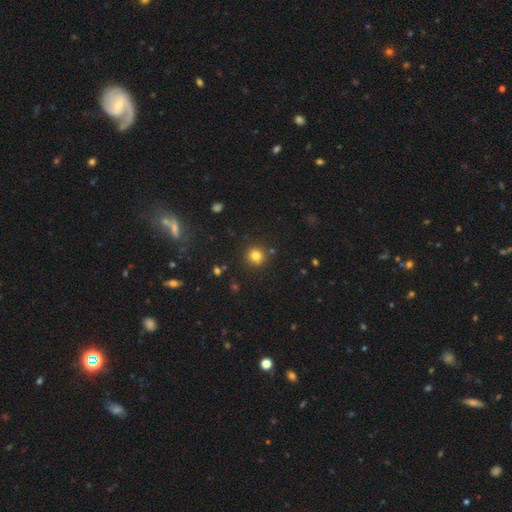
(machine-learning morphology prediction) Smooth or featured: smooth — 80% (star or artifact — 14%)
How rounded: round — 93% (in between — 7%)
Merging: none — 86% (minor disturbance — 7%)